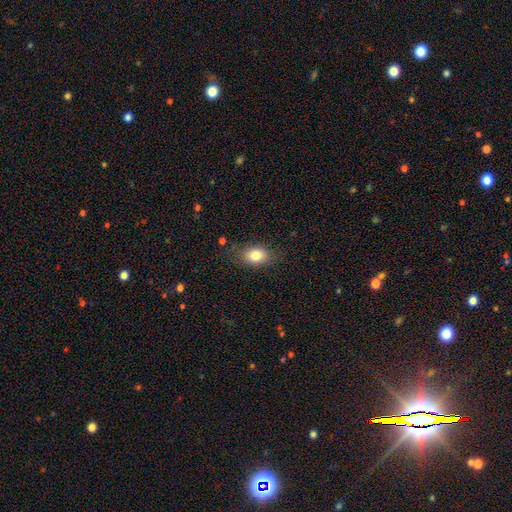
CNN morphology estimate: Smooth or featured?
  - smooth: 80% *
  - featured or disk: 11%
  - star or artifact: 9%
How rounded?
  - in between: 78% *
  - round: 20%
  - cigar-shaped: 2%
Merging?
  - none: 79% *
  - minor disturbance: 15%
  - major disturbance: 5%
  - merger: 1%